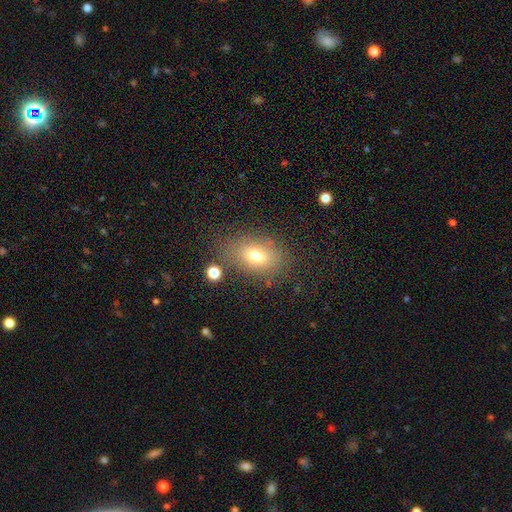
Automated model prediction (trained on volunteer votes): Smooth or featured: smooth — 74% (featured or disk — 14%)
How rounded: in between — 79% (round — 20%)
Merging: none — 74% (minor disturbance — 15%)